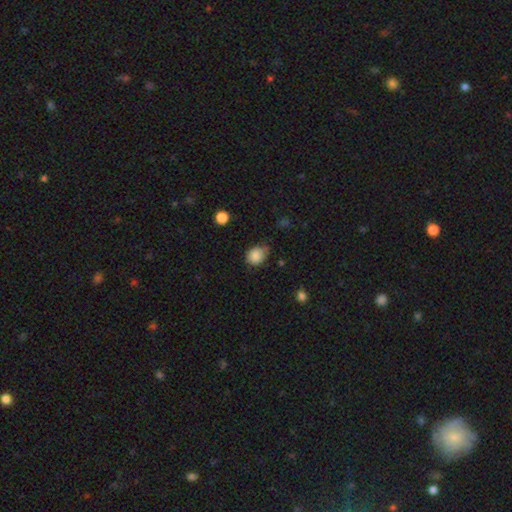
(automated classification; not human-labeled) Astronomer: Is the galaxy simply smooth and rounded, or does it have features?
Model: smooth — 85%.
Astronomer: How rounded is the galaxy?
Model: round — 56% (runner-up: in between, 43%).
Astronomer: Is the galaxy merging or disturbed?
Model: none — 57% (runner-up: minor disturbance, 34%).